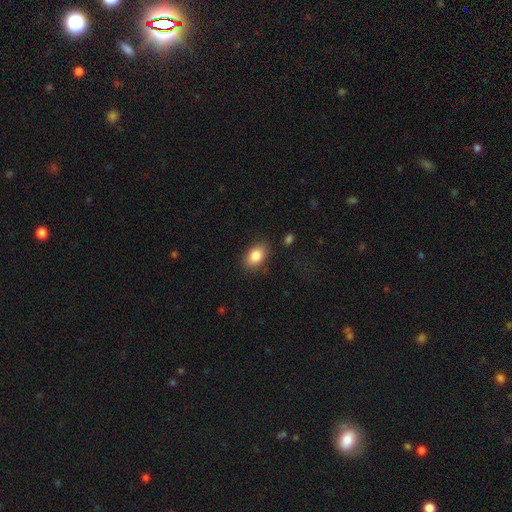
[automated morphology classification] smooth 85%, star or artifact 8%, featured or disk 7%. Down the decision tree: how rounded — in between (86%); merging — none (83%).